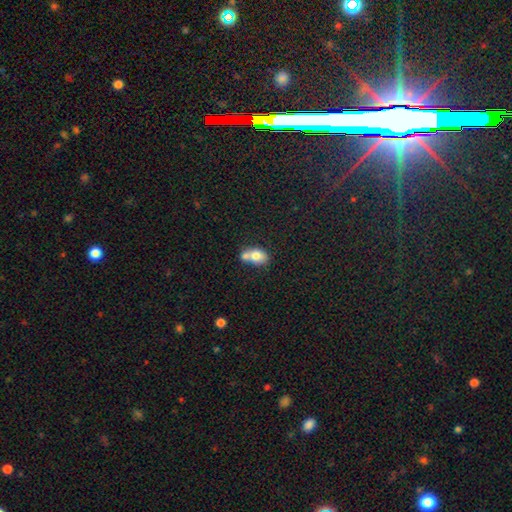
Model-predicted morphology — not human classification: smooth_or_featured: smooth (p=0.72) [alt: featured or disk p=0.19]
how_rounded: in between (p=0.72) [alt: round p=0.26]
merging: merger (p=0.55) [alt: none p=0.29]